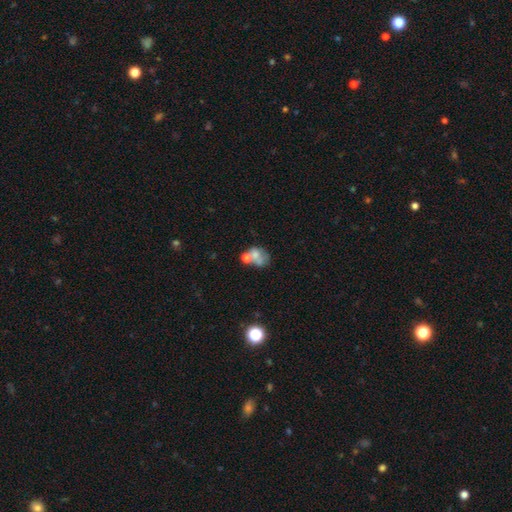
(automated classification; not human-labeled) Smooth or featured? smooth (53%)
How rounded? in between (58%)
Merging? merger (44%)